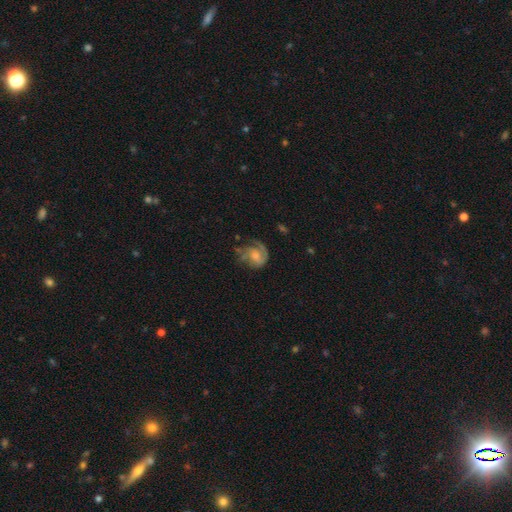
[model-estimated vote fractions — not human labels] A featured or disk galaxy (68%) with no bar (66%), 2 (30%) medium (42%) spiral arms (88%) and a small central bulge (39%, tied with moderate). Merging: none (47%).